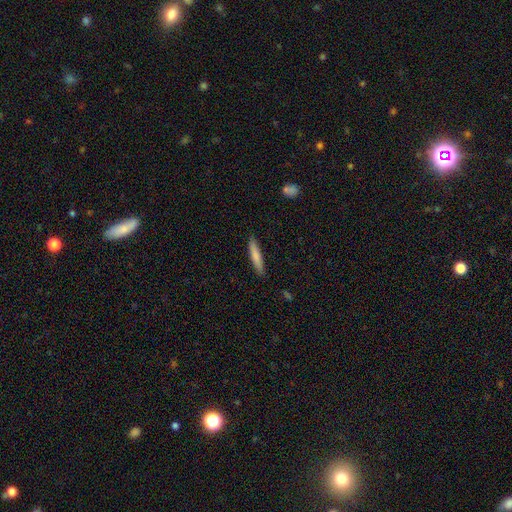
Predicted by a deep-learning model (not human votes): A smooth galaxy with no disk features (78%) that is cigar-shaped (90%).

Vote fractions:
- Smooth or featured? smooth: 78% / featured or disk: 16% / star or artifact: 5%
- How rounded? cigar-shaped: 90% / in between: 9% / round: 1%
- Merging? none: 89% / minor disturbance: 8% / major disturbance: 2% / merger: 1%